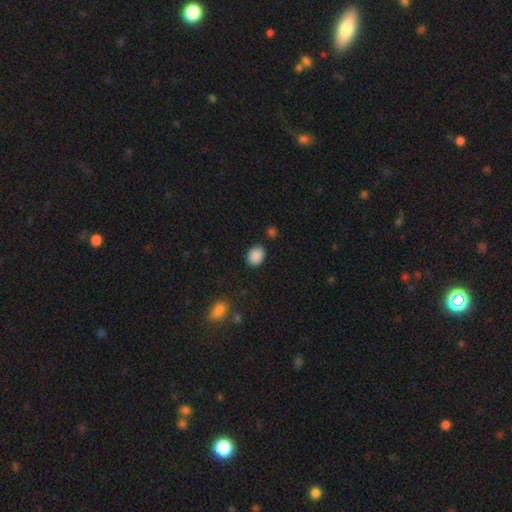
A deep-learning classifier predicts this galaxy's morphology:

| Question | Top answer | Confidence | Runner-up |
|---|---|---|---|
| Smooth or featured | smooth | 89% | star or artifact (8%) |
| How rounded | in between | 65% | round (34%) |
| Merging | none | 82% | minor disturbance (13%) |